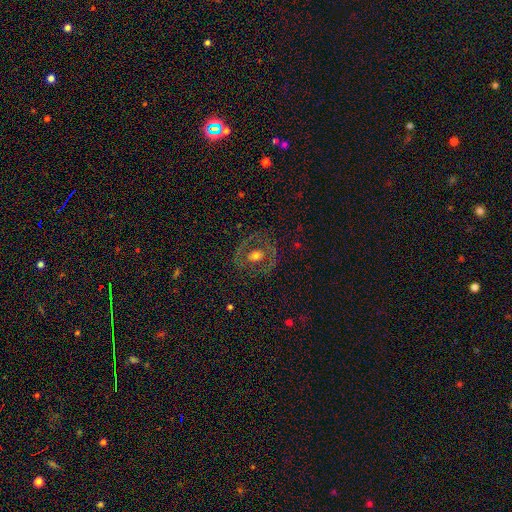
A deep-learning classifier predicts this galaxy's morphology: Overall: featured or disk (47%; smooth 44%). Merging: none (79%).